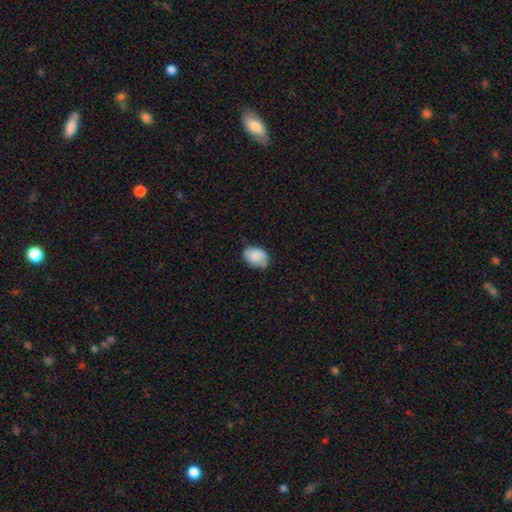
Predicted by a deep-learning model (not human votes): Smooth or featured? smooth (83%)
How rounded? in between (79%)
Merging? none (62%)